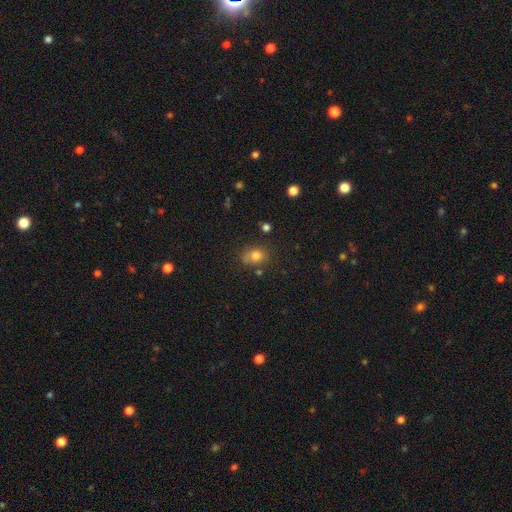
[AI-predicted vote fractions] Smooth or featured? Predicted: smooth (p=0.77). How rounded? Predicted: in between (p=0.50). Merging? Predicted: none (p=0.63).